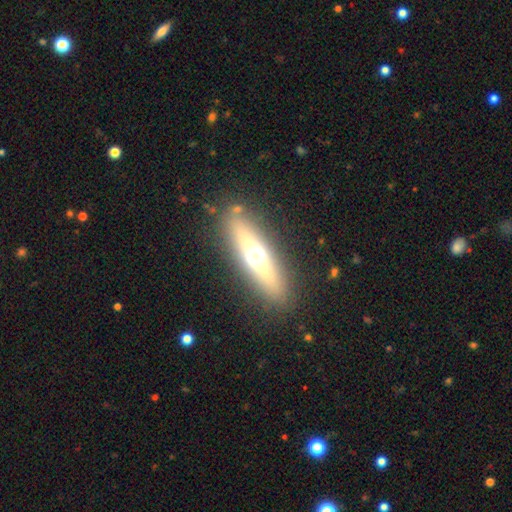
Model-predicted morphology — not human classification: Smooth or featured?
  - featured or disk: 48% *
  - smooth: 42%
  - star or artifact: 10%
Merging?
  - none: 86% *
  - minor disturbance: 8%
  - major disturbance: 3%
  - merger: 2%